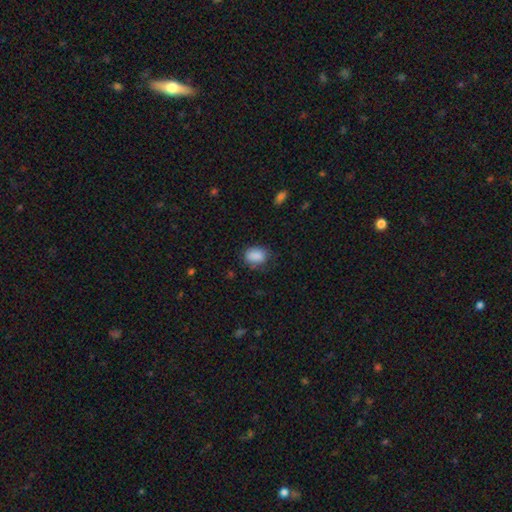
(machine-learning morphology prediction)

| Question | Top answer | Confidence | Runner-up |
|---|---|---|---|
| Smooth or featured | smooth | 87% | star or artifact (8%) |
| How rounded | in between | 75% | round (24%) |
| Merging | none | 68% | minor disturbance (23%) |